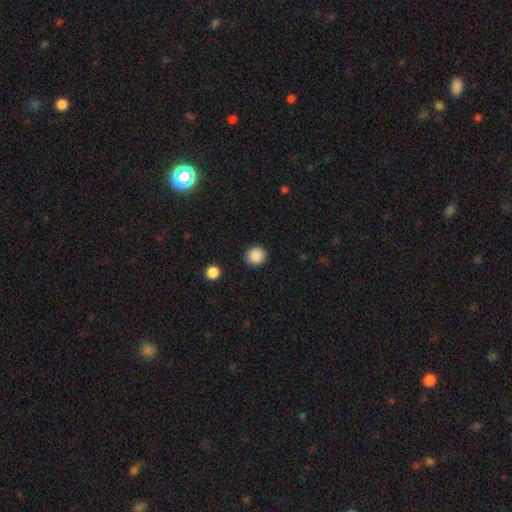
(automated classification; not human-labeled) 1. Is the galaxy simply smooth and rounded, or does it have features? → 88% smooth, 9% star or artifact, 3% featured or disk.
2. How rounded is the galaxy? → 91% round, 8% in between, 1% cigar-shaped.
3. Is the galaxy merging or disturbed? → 91% none, 6% minor disturbance, 2% major disturbance, 1% merger.